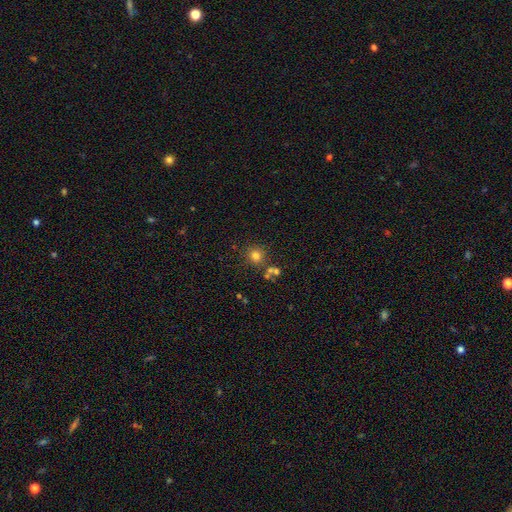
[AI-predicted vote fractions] The model was most divided on "smooth or featured": smooth: 75%, star or artifact: 16%, featured or disk: 8%. More confident: how rounded — round (92%); merging — none (76%).